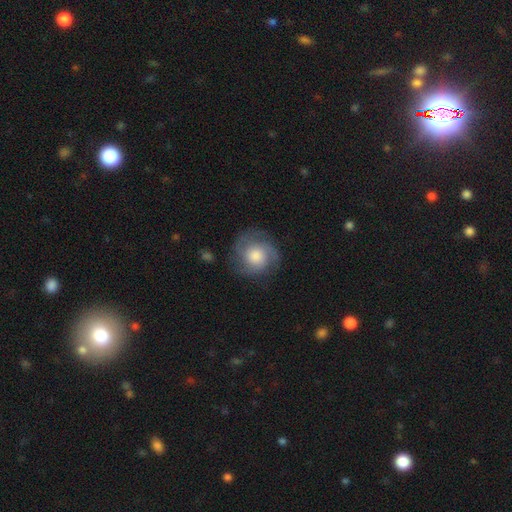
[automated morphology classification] Smooth or featured? Predicted: featured or disk (p=0.60). Edge-on disk? Predicted: no (p=0.98). Bar? Predicted: no (p=0.79). Spiral arms? Predicted: yes (p=0.91). Spiral winding? Predicted: tight (p=0.46). Spiral arm count? Predicted: 3 (p=0.37). Bulge size? Predicted: moderate (p=0.47). Merging? Predicted: none (p=0.76).